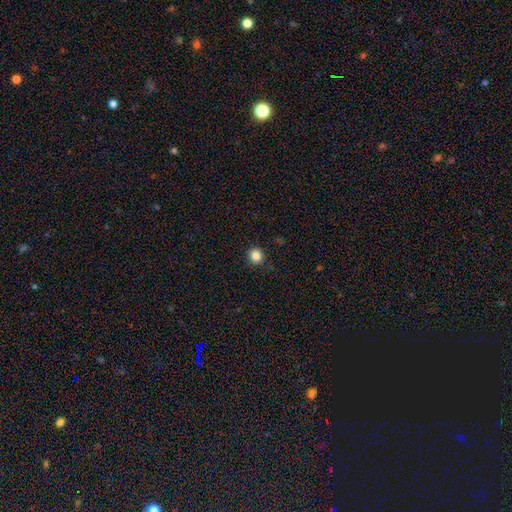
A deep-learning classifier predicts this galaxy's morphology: smooth 85%, star or artifact 12%, featured or disk 4%. Down the decision tree: how rounded — round (91%); merging — none (89%).